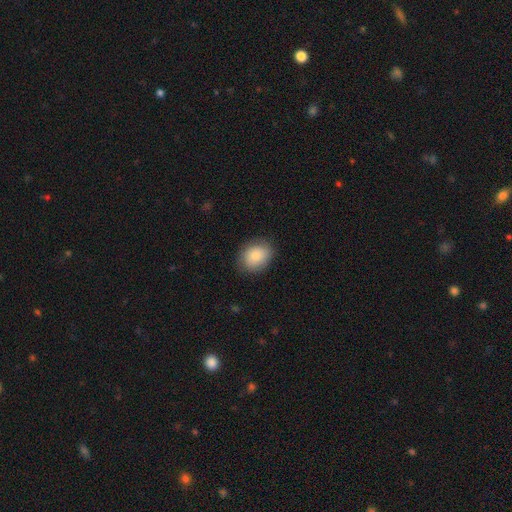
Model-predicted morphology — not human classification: Smooth or featured?
  - smooth: 83% *
  - featured or disk: 9%
  - star or artifact: 7%
How rounded?
  - in between: 53% *
  - round: 46%
  - cigar-shaped: 1%
Merging?
  - none: 82% *
  - minor disturbance: 14%
  - major disturbance: 4%
  - merger: 1%